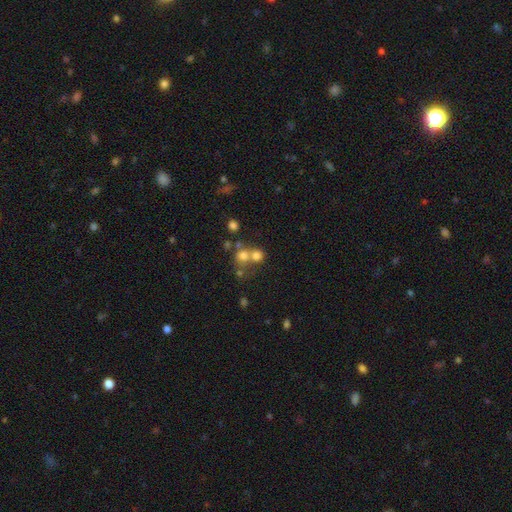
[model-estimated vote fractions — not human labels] Smooth or featured: smooth — 70% (star or artifact — 17%)
How rounded: round — 84% (in between — 15%)
Merging: merger — 47% (none — 43%)